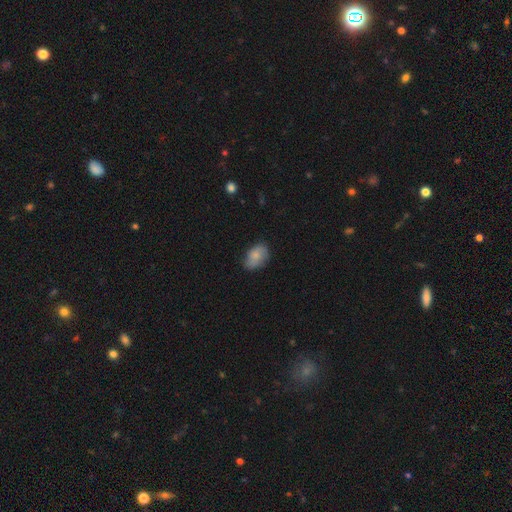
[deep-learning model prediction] Q: Smooth or featured?
A: smooth (79%); runner-up: featured or disk (13%)
Q: How rounded?
A: in between (87%); runner-up: round (12%)
Q: Merging?
A: none (67%); runner-up: minor disturbance (26%)